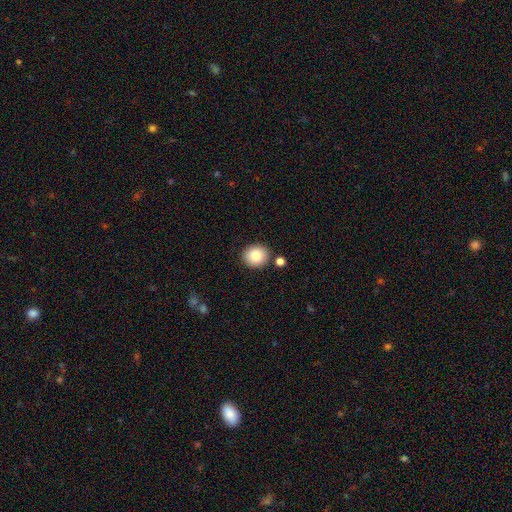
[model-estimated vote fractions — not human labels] A smooth galaxy with no disk features (85%) that is round (79%).

Vote fractions:
- Smooth or featured? smooth: 85% / star or artifact: 8% / featured or disk: 6%
- How rounded? round: 79% / in between: 20% / cigar-shaped: 1%
- Merging? none: 84% / minor disturbance: 8% / merger: 6% / major disturbance: 2%